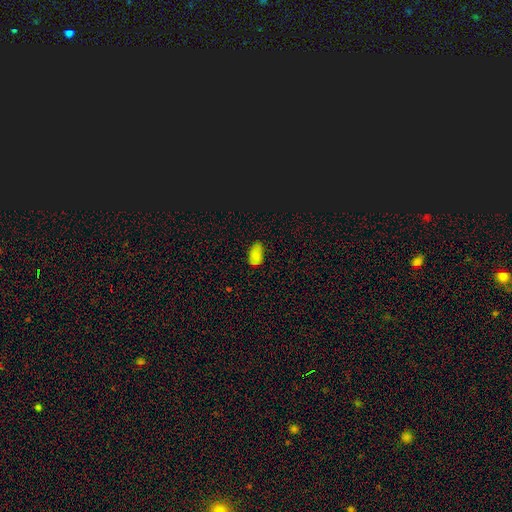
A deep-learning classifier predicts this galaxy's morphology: Smooth or featured? smooth (74%)
How rounded? in between (92%)
Merging? none (67%)